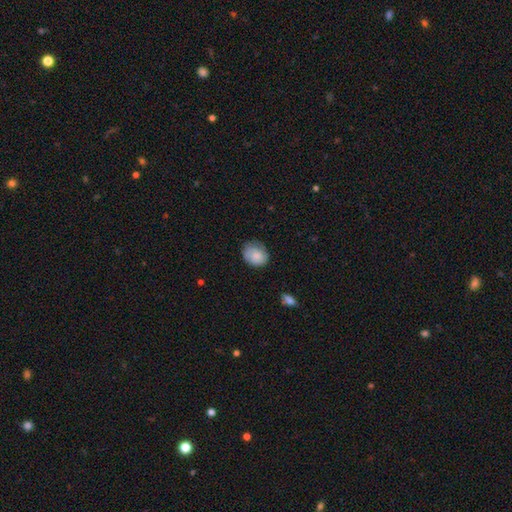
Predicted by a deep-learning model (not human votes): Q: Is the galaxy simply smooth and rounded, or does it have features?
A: smooth — 73%.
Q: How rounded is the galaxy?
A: round — 57%.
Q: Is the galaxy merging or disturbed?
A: none — 68%.